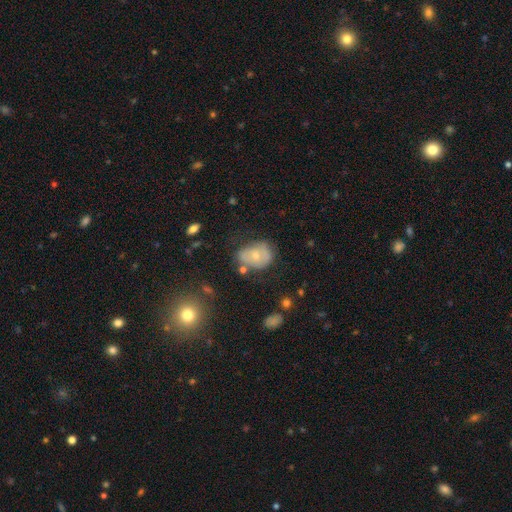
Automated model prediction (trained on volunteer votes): This is possibly a smooth galaxy (54%). How rounded: likely in between (66%). Merging: possibly none (47%).